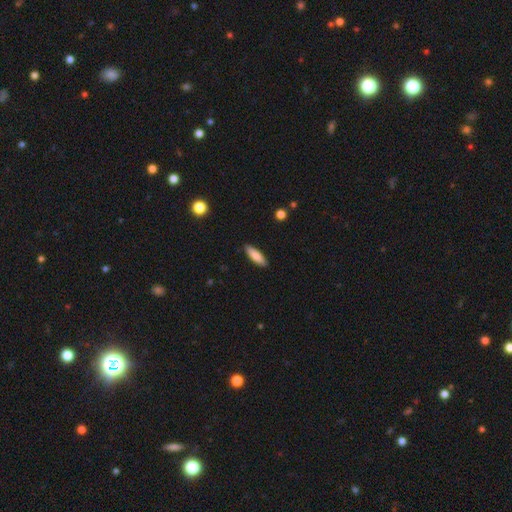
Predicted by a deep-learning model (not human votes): Smooth or featured? smooth (81%)
How rounded? cigar-shaped (55%)
Merging? none (89%)